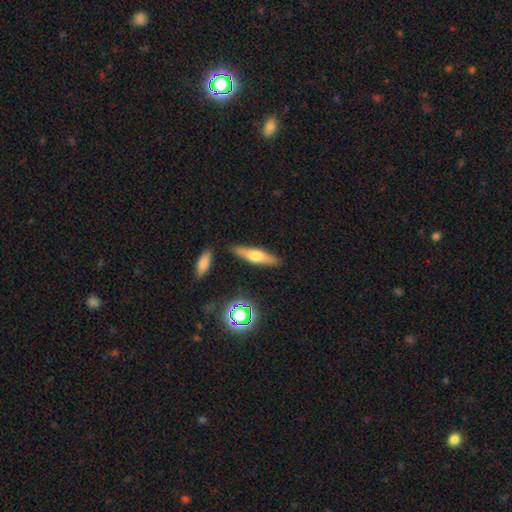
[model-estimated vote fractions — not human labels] This is possibly a smooth galaxy (52%). How rounded: likely cigar-shaped (68%). Merging: clearly none (84%).